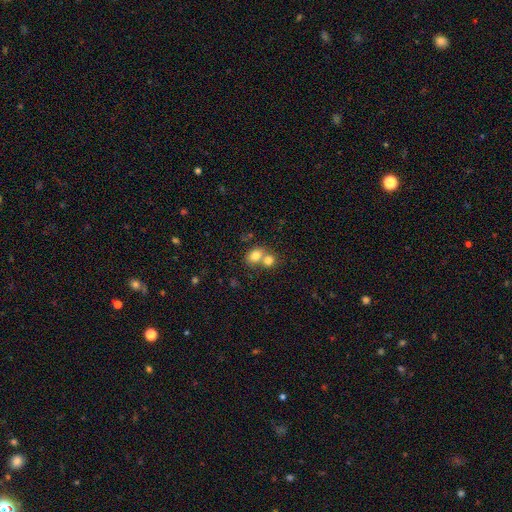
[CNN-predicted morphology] The model was most divided on "how rounded": in between: 52%, round: 47%, cigar-shaped: 1%. More confident: smooth or featured — smooth (79%); merging — merger (57%).